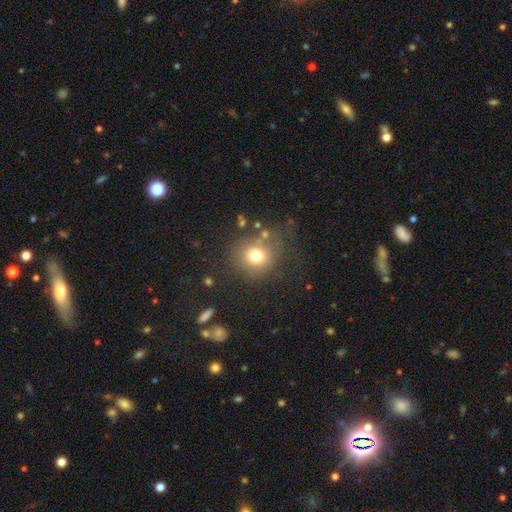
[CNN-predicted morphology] Overall: smooth (74%). How rounded: round (85%). Merging: none (69%).